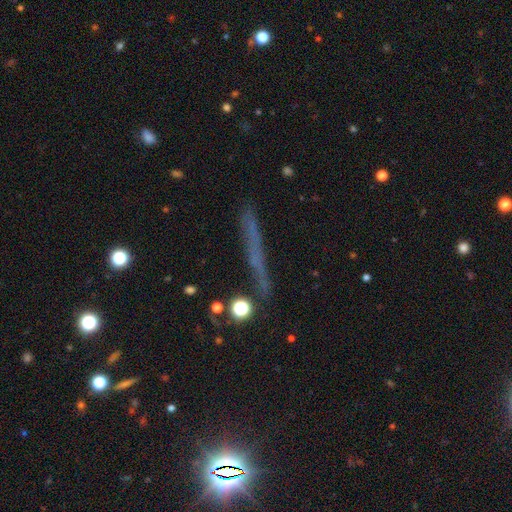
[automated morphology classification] Smooth or featured? Predicted: smooth (p=0.45). Merging? Predicted: none (p=0.78).